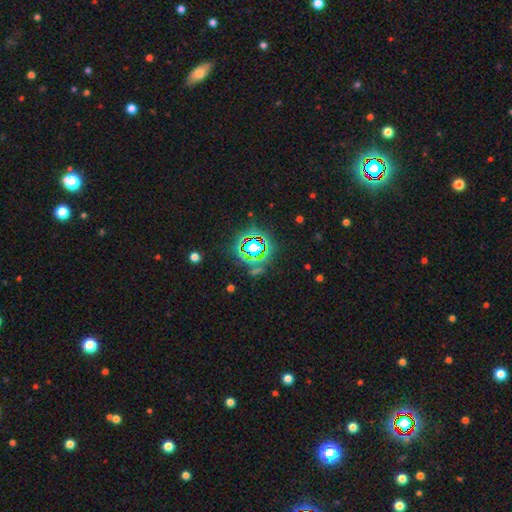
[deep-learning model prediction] Overall: star or artifact (79%).